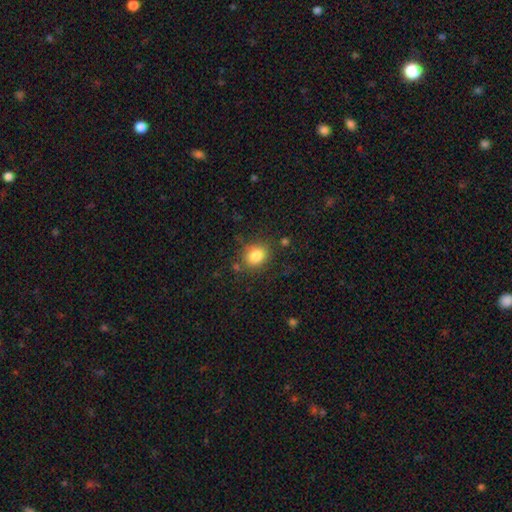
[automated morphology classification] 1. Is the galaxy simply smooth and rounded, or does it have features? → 83% smooth, 10% star or artifact, 7% featured or disk.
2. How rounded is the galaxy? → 67% round, 32% in between, 1% cigar-shaped.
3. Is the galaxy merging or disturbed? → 79% none, 13% minor disturbance, 4% major disturbance, 4% merger.